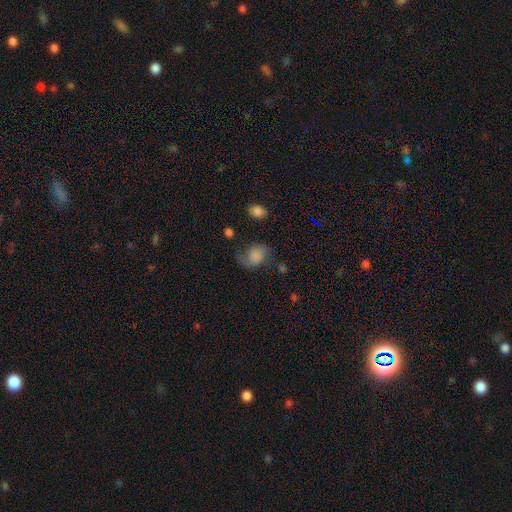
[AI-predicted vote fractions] A smooth galaxy with no disk features (48%).

Vote fractions:
- Smooth or featured? smooth: 48% / featured or disk: 40% / star or artifact: 12%
- Merging? none: 50% / minor disturbance: 26% / major disturbance: 21% / merger: 3%